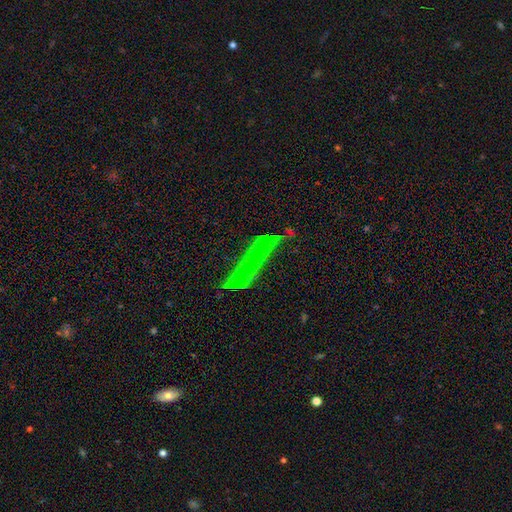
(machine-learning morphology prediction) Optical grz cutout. It shows a featured or disk galaxy (52%) viewed edge-on (83%). Merging: none (61%).